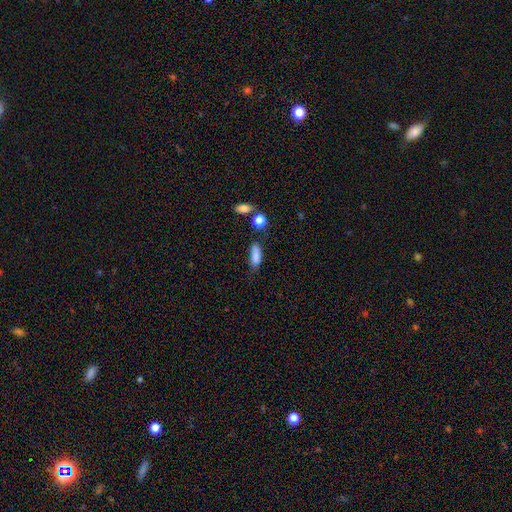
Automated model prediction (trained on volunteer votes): Overall: smooth (83%). How rounded: in between (68%; cigar-shaped 29%). Merging: none (51%; minor disturbance 32%).